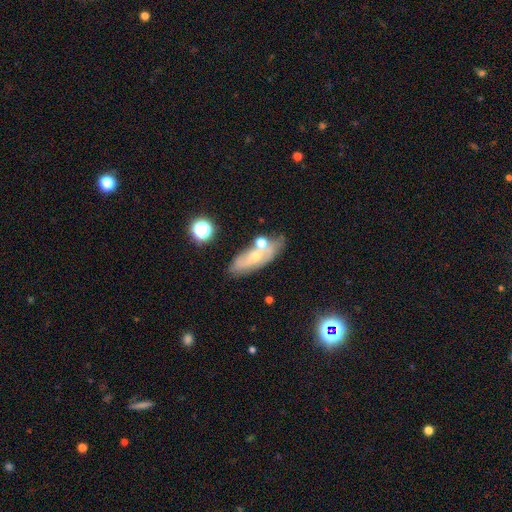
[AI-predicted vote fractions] smooth_or_featured: featured or disk (p=0.51) [alt: smooth p=0.38]
disk_edge_on: no (p=0.76) [alt: yes p=0.24]
merging: none (p=0.62) [alt: minor disturbance p=0.19]